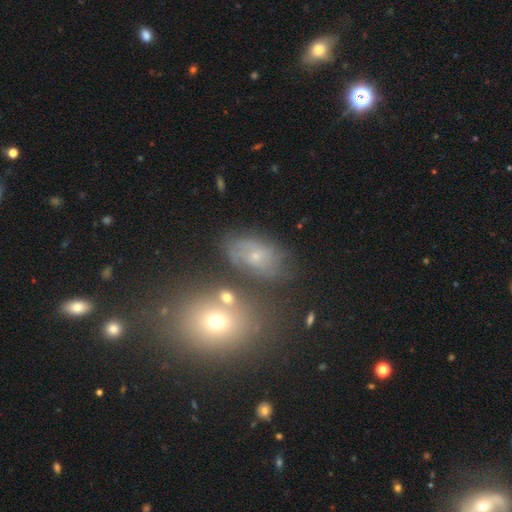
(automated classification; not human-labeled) This is possibly a featured or disk galaxy (48%). Merging: possibly none (58%).